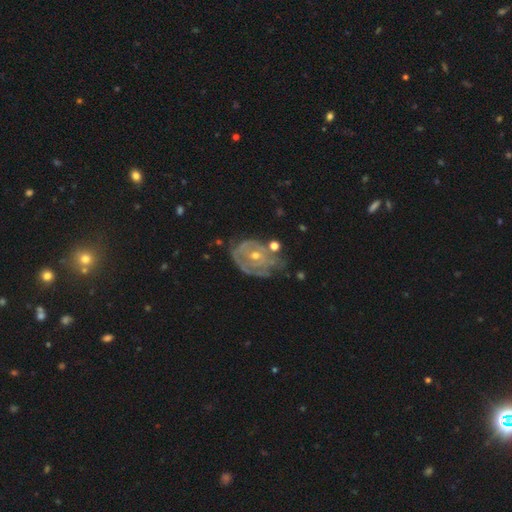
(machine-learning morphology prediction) Smooth or featured?
  - featured or disk: 77% *
  - smooth: 15%
  - star or artifact: 8%
Edge-on disk?
  - no: 96% *
  - yes: 4%
Bar?
  - no: 77% *
  - weak: 19%
  - strong: 5%
Spiral arms?
  - yes: 70% *
  - no: 30%
Spiral winding?
  - tight: 69% *
  - medium: 22%
  - loose: 9%
Spiral arm count?
  - can't tell: 52% *
  - 2: 20%
  - 1: 11%
  - 3: 9%
  - 4: 4%
  - more than 4: 3%
Bulge size?
  - small: 53% *
  - moderate: 44%
  - large: 1%
  - none: 1%
  - dominant: 1%
Merging?
  - none: 46% *
  - minor disturbance: 30%
  - major disturbance: 18%
  - merger: 7%